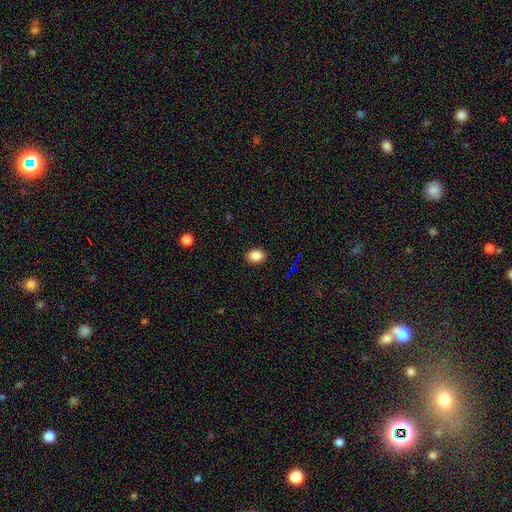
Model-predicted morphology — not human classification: This appears to be a smooth galaxy with no disk features (86%) that is in between round and cigar-shaped (67%). Merging: none (89%).